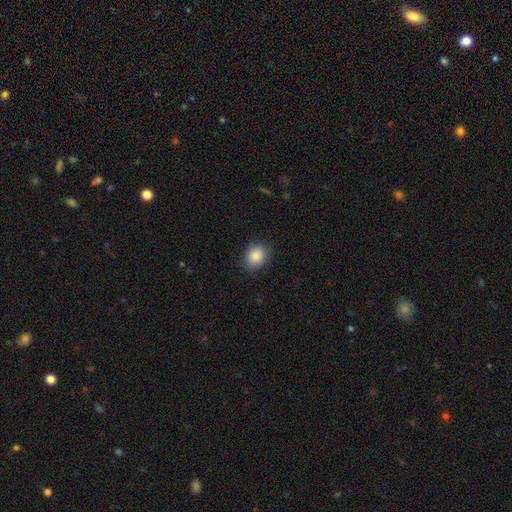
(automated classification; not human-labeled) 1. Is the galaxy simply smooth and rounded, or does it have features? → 85% smooth, 8% star or artifact, 6% featured or disk.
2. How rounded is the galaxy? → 54% in between, 45% round, 1% cigar-shaped.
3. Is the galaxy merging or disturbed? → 86% none, 11% minor disturbance, 3% major disturbance, 1% merger.